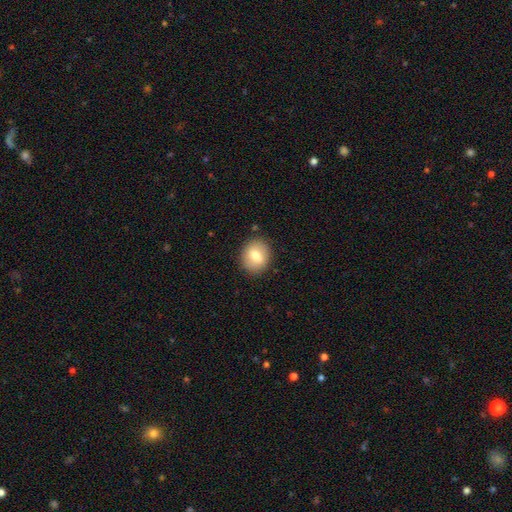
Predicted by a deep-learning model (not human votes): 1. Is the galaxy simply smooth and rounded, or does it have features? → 75% smooth, 17% featured or disk, 8% star or artifact.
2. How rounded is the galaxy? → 65% round, 34% in between, 1% cigar-shaped.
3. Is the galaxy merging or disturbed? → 87% none, 9% minor disturbance, 3% major disturbance, 1% merger.